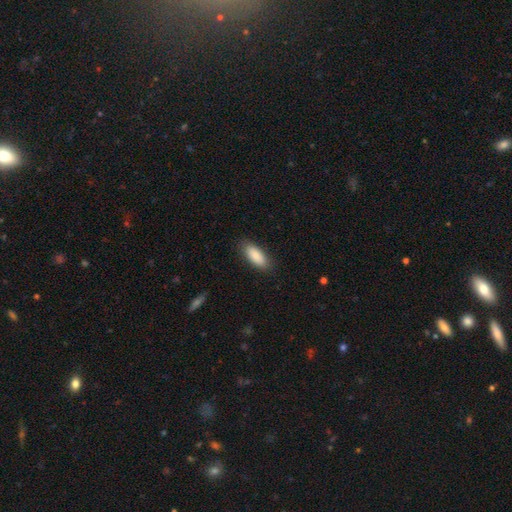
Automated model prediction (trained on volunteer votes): This appears to be a smooth galaxy with no disk features (87%) that is in between round and cigar-shaped (78%). Merging: none (86%).